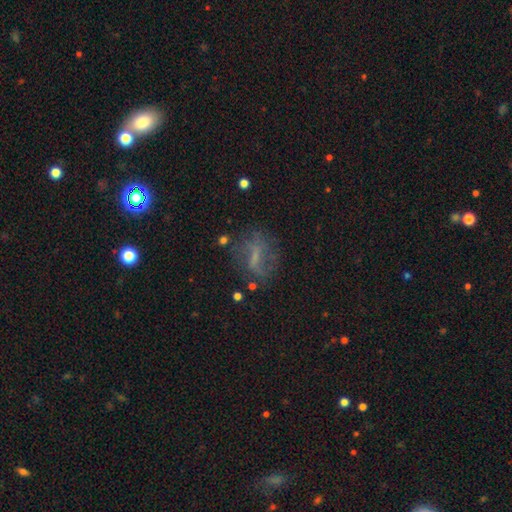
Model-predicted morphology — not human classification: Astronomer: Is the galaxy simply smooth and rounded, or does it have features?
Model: featured or disk — 48% (runner-up: smooth, 34%).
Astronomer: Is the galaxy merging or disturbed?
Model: none — 63%.